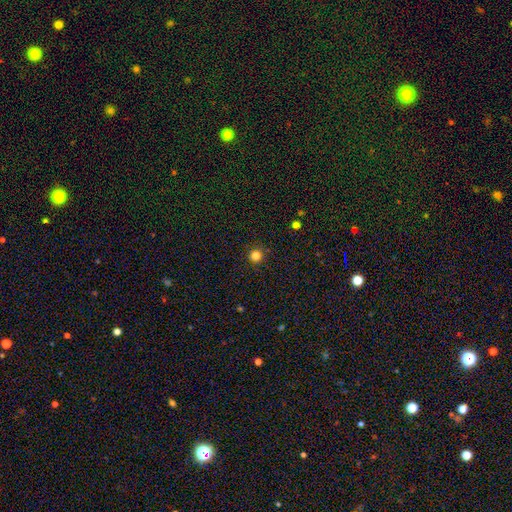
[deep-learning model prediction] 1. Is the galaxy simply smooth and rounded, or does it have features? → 82% smooth, 14% star or artifact, 4% featured or disk.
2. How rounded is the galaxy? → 96% round, 3% in between, 1% cigar-shaped.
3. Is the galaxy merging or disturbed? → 92% none, 5% minor disturbance, 2% major disturbance, 1% merger.